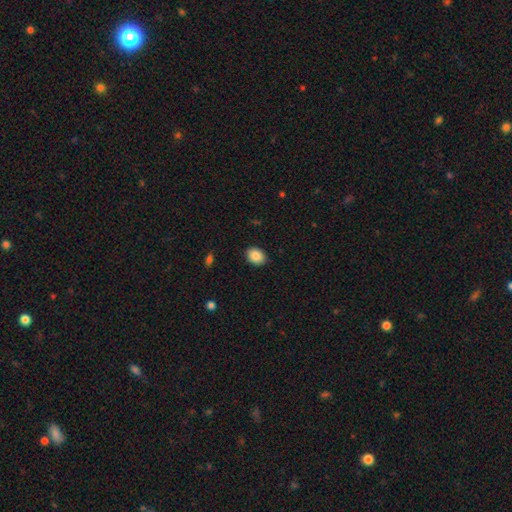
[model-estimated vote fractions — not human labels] This is clearly a smooth galaxy (88%). How rounded: possibly in between (59%). Merging: clearly none (89%).